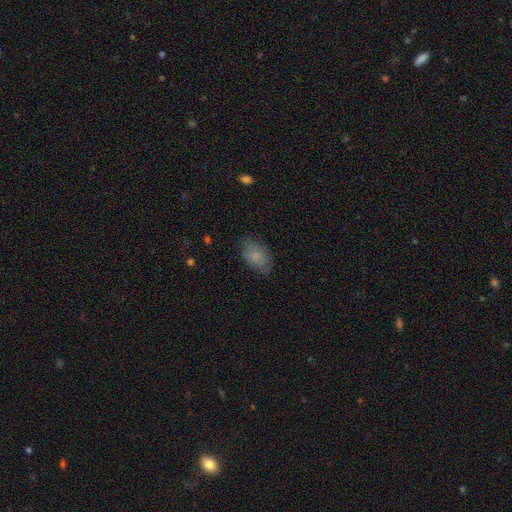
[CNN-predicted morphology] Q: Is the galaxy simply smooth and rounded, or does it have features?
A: smooth — 80%.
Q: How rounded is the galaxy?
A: in between — 89%.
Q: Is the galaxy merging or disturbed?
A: none — 78%.